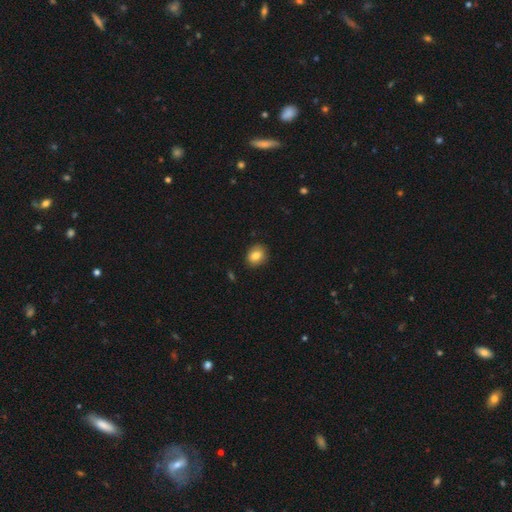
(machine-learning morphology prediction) Smooth or featured? Predicted: smooth (p=0.83). How rounded? Predicted: round (p=0.54). Merging? Predicted: none (p=0.87).